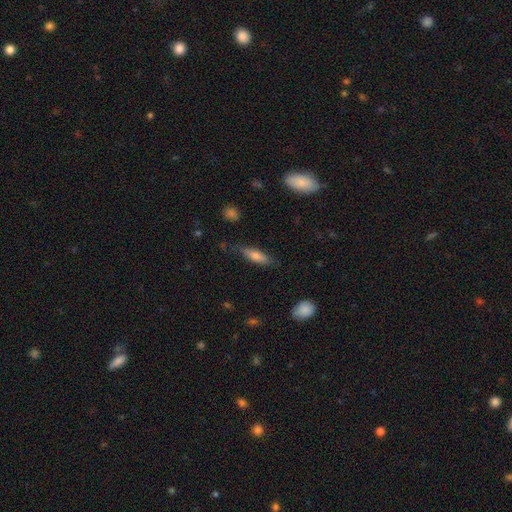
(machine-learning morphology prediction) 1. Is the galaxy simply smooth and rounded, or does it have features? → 66% smooth, 27% featured or disk, 7% star or artifact.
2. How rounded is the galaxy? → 61% cigar-shaped, 36% in between, 2% round.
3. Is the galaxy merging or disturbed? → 77% none, 17% minor disturbance, 4% major disturbance, 2% merger.